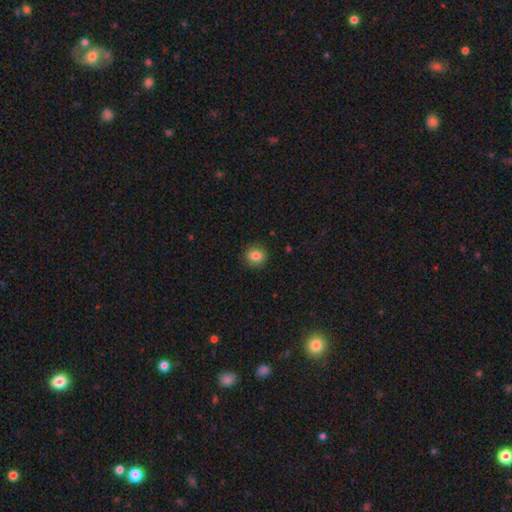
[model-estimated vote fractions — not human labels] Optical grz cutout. It shows a smooth galaxy with no disk features (84%) that is round (85%). Merging: none (89%).